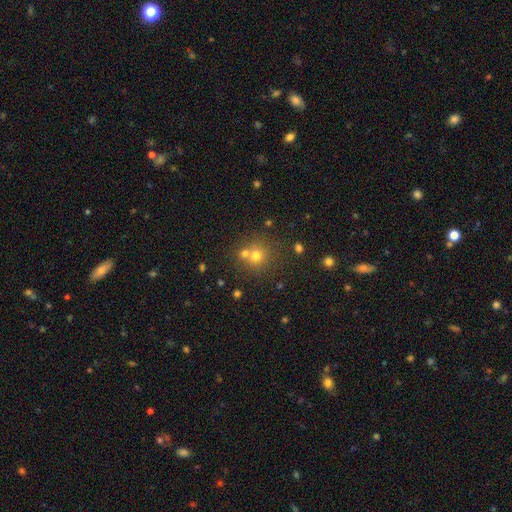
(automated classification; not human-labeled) Smooth or featured?
  - smooth: 69% *
  - star or artifact: 18%
  - featured or disk: 13%
How rounded?
  - round: 90% *
  - in between: 9%
  - cigar-shaped: 1%
Merging?
  - none: 59% *
  - merger: 30%
  - minor disturbance: 8%
  - major disturbance: 3%